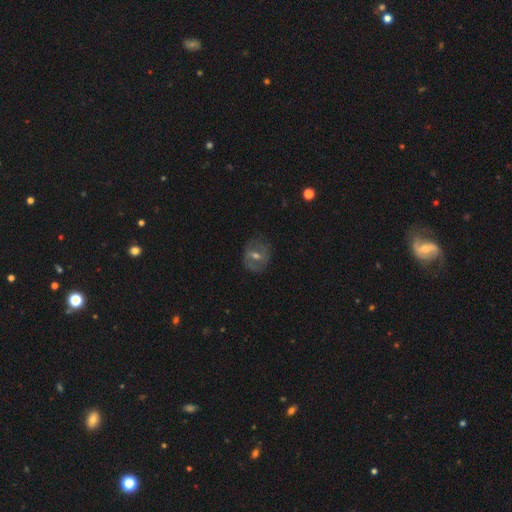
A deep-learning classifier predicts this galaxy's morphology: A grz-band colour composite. It shows a featured or disk galaxy (62%) with a weak bar (48%), spiral arms (62%) and a moderate central bulge (61%). Merging: none (76%).